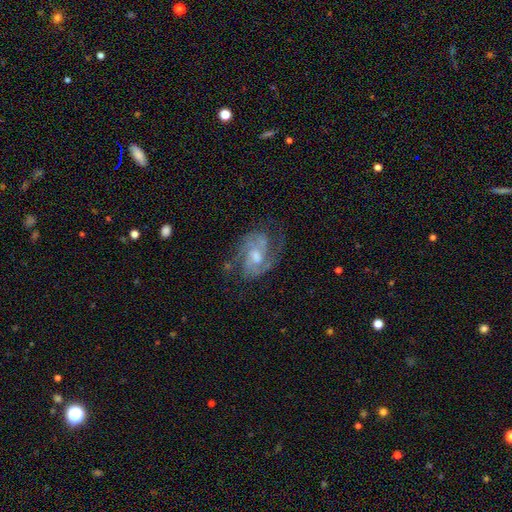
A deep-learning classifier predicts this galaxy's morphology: Overall: featured or disk (87%). Edge-on disk: no (97%). Bar: no (53%; weak 39%). Spiral arms: yes (96%). Spiral arm count: 2 (55%; 3 19%). Spiral winding: medium (47%; tight 41%). Bulge size: moderate (59%; small 26%). Merging: none (65%).